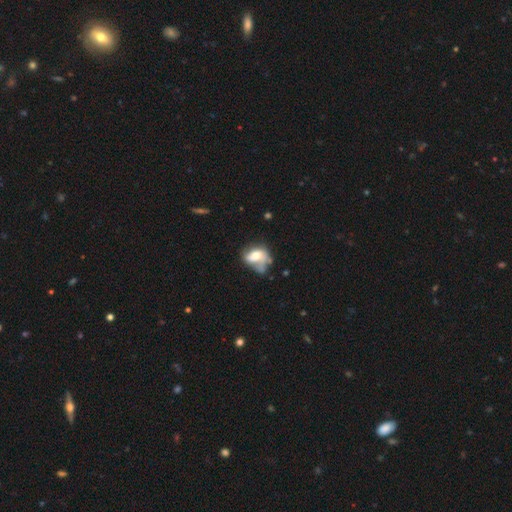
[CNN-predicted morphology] Q: Smooth or featured?
A: smooth (46%); runner-up: featured or disk (44%)
Q: Merging?
A: none (28%); runner-up: major disturbance (27%)